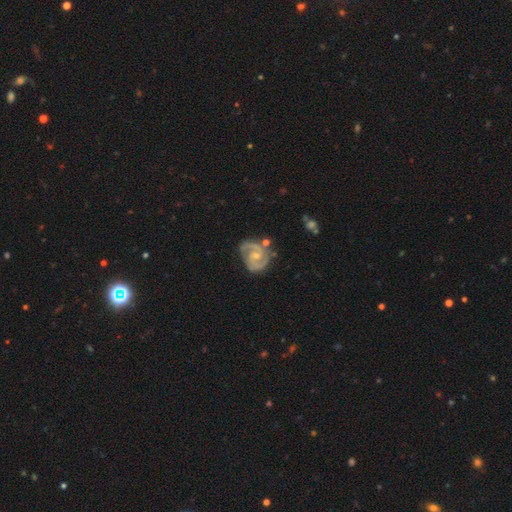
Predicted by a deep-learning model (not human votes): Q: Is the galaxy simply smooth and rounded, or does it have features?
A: featured or disk — 91%.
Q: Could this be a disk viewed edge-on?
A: no — 98%.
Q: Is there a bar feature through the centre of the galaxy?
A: no — 52%.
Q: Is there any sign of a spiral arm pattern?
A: yes — 98%.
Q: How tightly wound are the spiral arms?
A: medium — 51%.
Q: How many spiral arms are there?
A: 2 — 90%.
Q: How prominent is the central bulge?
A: small — 54%.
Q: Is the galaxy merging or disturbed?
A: none — 70%.